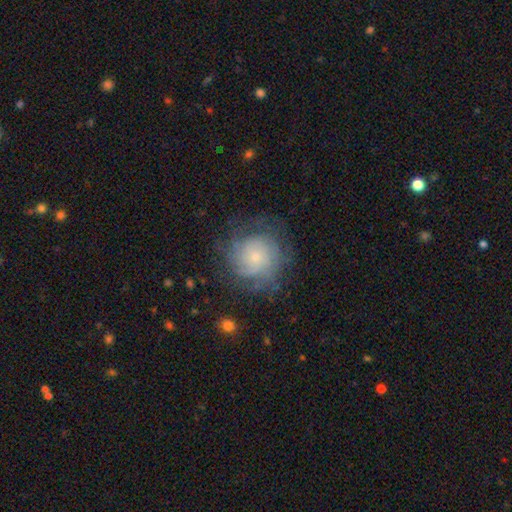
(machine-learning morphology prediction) The model was most divided on "smooth or featured": featured or disk: 57%, smooth: 34%, star or artifact: 10%. More confident: edge-on disk — no (97%); spiral arms — yes (85%); bar — no (81%); bulge size — small (74%); merging — none (67%).